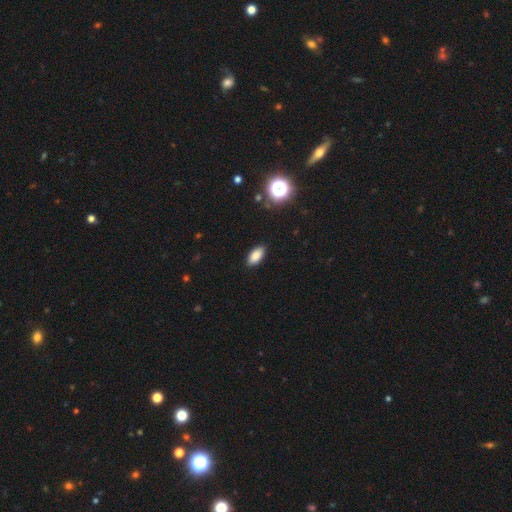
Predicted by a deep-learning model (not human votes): Smooth or featured? Predicted: smooth (p=0.86). How rounded? Predicted: in between (p=0.91). Merging? Predicted: none (p=0.88).